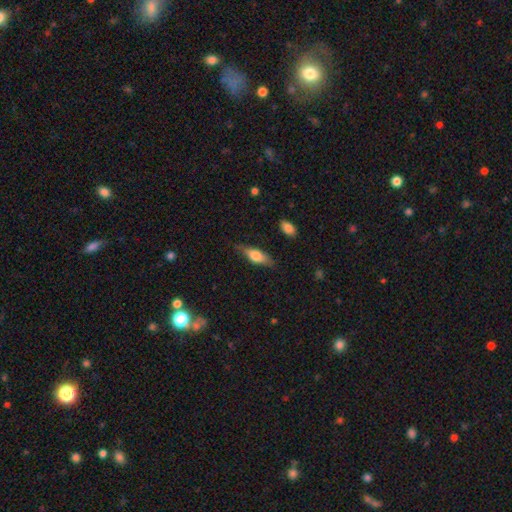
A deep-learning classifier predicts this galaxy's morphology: The model was most divided on "how rounded": in between: 57%, cigar-shaped: 40%, round: 3%. More confident: merging — none (76%); smooth or featured — smooth (60%).